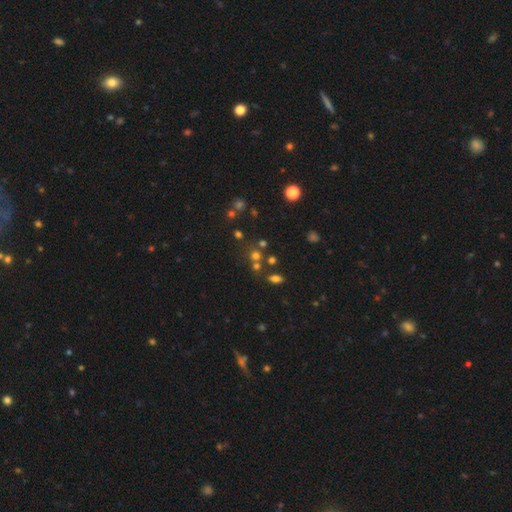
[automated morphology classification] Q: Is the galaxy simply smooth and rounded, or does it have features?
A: smooth — 57%.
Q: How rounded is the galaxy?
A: round — 84%.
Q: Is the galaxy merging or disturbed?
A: none — 61%.